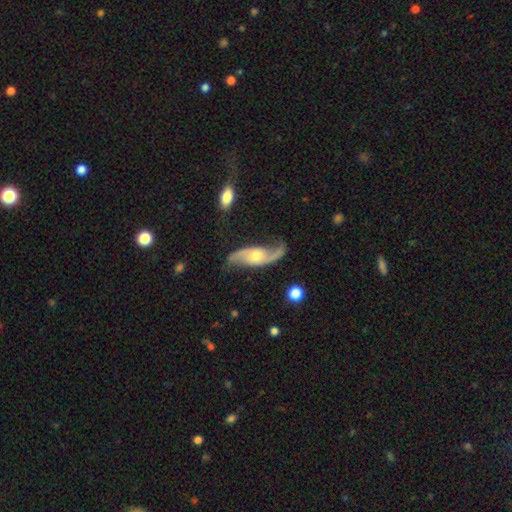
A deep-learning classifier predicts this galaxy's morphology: featured or disk 86%, smooth 9%, star or artifact 5%. Down the decision tree: edge-on disk — no (92%); bar — no (64%); spiral arms — yes (96%); spiral arm count — 2 (91%); spiral winding — loose (74%); bulge size — moderate (64%); merging — none (69%).